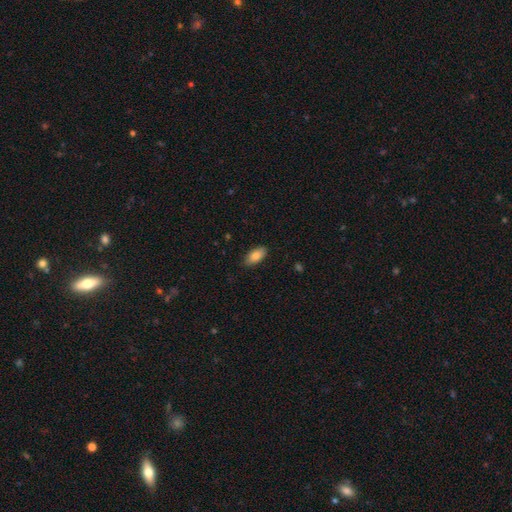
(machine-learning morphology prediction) The model was most divided on "smooth or featured": smooth: 83%, featured or disk: 10%, star or artifact: 7%. More confident: how rounded — in between (93%); merging — none (86%).